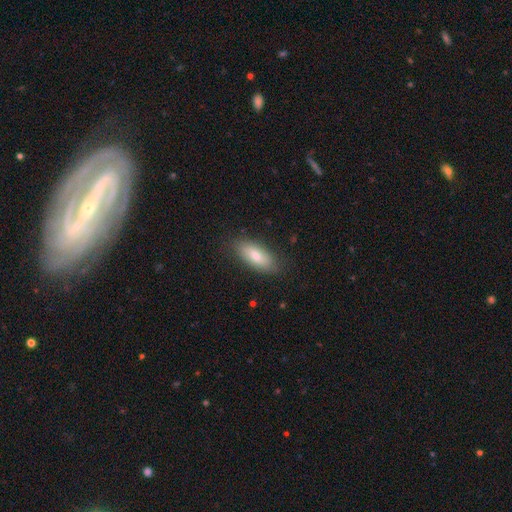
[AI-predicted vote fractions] smooth-or-featured: smooth: 75% | featured or disk: 19% | star or artifact: 6%
  how-rounded: in between: 80% | cigar-shaped: 18% | round: 2%
  merging: none: 82% | minor disturbance: 14% | major disturbance: 3% | merger: 1%